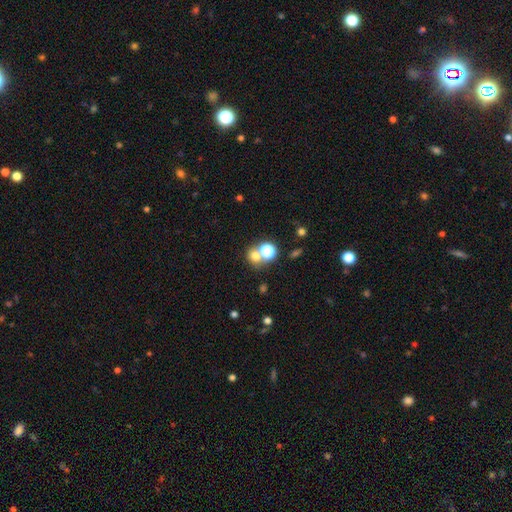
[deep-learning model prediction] Smooth or featured?
  - smooth: 66% *
  - star or artifact: 25%
  - featured or disk: 9%
How rounded?
  - round: 77% *
  - in between: 22%
  - cigar-shaped: 1%
Merging?
  - none: 56% *
  - merger: 33%
  - minor disturbance: 7%
  - major disturbance: 4%